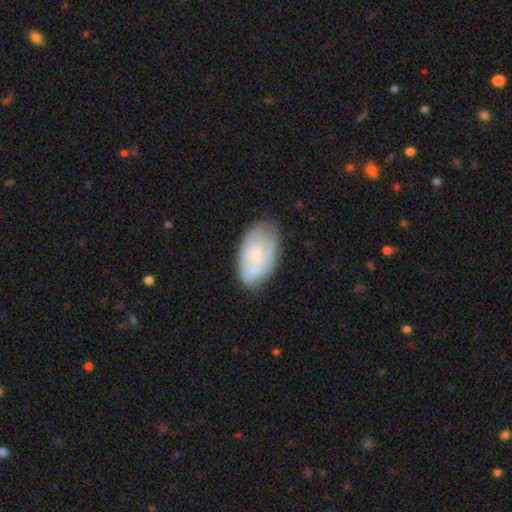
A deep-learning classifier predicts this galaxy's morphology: A featured or disk galaxy (51%). Merging: none (65%).